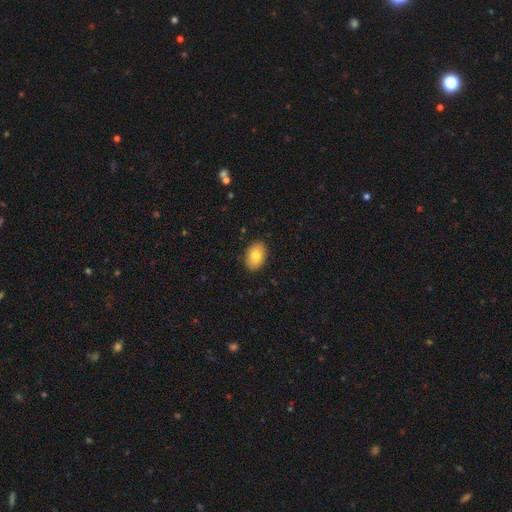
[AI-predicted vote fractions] This is likely a smooth galaxy (78%). How rounded: clearly in between (85%). Merging: clearly none (88%).